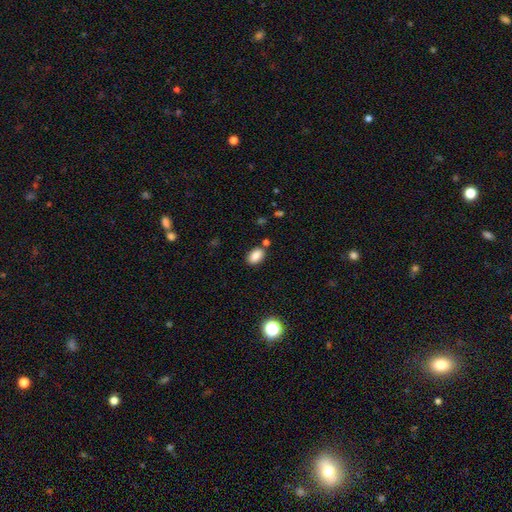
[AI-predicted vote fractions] Q: Smooth or featured?
A: smooth (85%); runner-up: star or artifact (10%)
Q: How rounded?
A: in between (87%); runner-up: round (12%)
Q: Merging?
A: none (80%); runner-up: minor disturbance (11%)